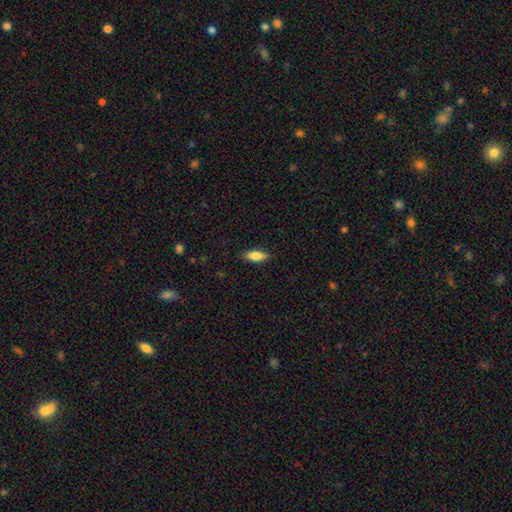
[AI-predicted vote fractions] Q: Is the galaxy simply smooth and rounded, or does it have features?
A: smooth — 82%.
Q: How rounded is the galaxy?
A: in between — 73%.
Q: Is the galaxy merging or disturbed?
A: none — 86%.